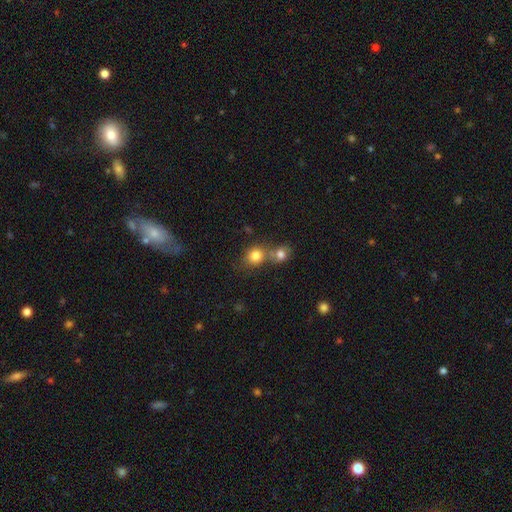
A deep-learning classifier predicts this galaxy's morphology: Smooth or featured? Predicted: smooth (p=0.82). How rounded? Predicted: round (p=0.78). Merging? Predicted: none (p=0.45).